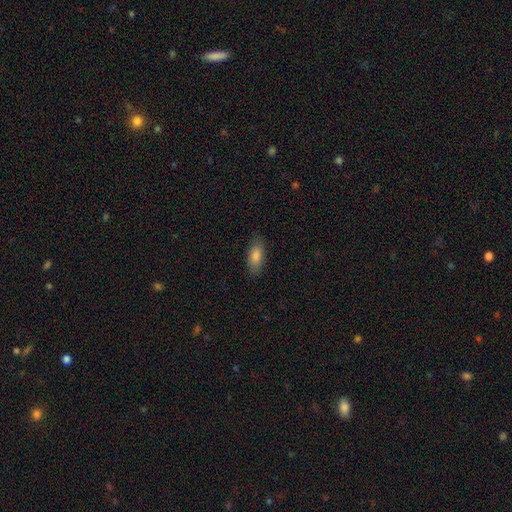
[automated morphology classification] Smooth or featured: smooth — 81% (featured or disk — 12%)
How rounded: in between — 78% (cigar-shaped — 19%)
Merging: none — 85% (minor disturbance — 12%)